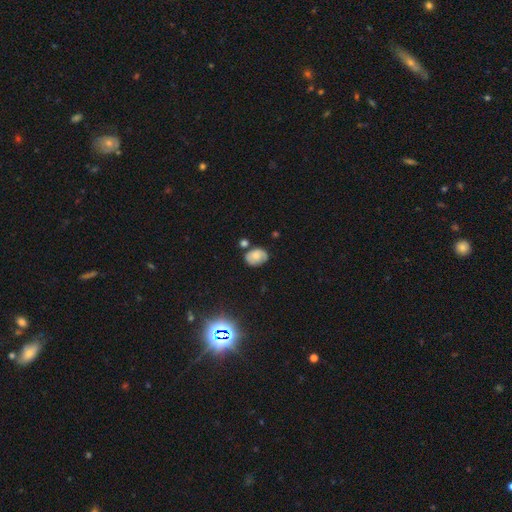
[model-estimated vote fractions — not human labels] Overall: smooth (60%; featured or disk 28%). How rounded: in between (71%). Merging: none (60%; minor disturbance 24%).